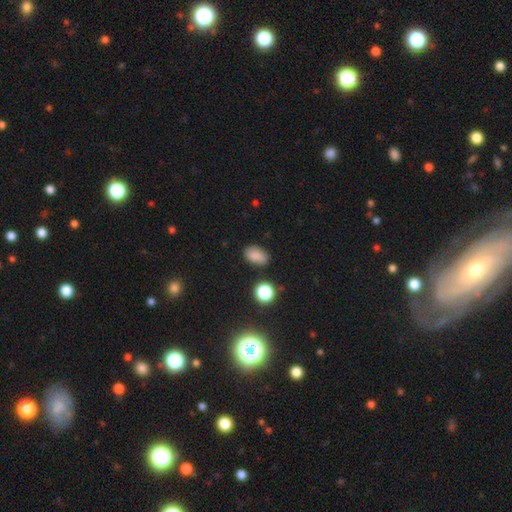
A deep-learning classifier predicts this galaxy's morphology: Smooth or featured? smooth (81%)
How rounded? in between (86%)
Merging? none (79%)